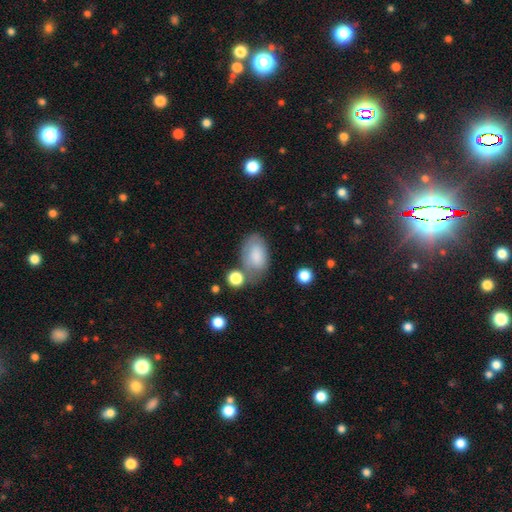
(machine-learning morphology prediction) Smooth or featured? Predicted: smooth (p=0.81). How rounded? Predicted: in between (p=0.92). Merging? Predicted: none (p=0.52).